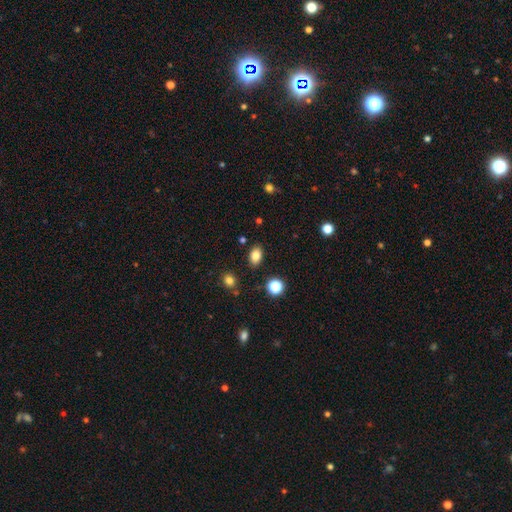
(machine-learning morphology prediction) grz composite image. It shows a smooth galaxy with no disk features (82%) that is in between round and cigar-shaped (83%). Merging: none (86%).